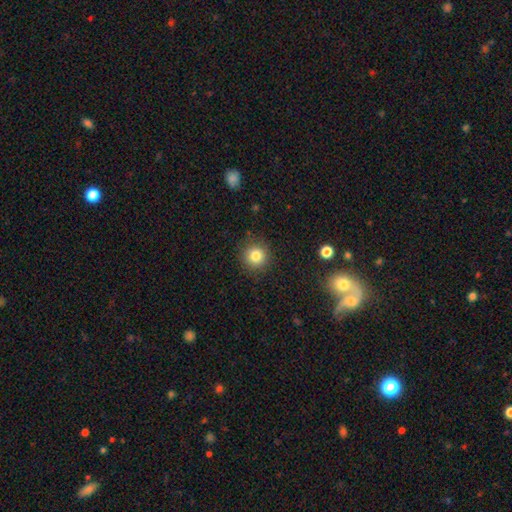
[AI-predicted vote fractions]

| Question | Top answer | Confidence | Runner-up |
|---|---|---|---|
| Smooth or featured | smooth | 82% | star or artifact (12%) |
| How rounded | round | 93% | in between (6%) |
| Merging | none | 88% | minor disturbance (8%) |